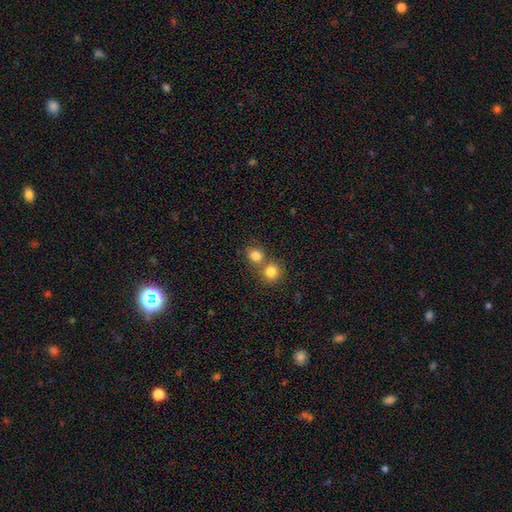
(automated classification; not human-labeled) This appears to be a smooth galaxy with no disk features (81%) that is round (81%). Merging: none (49%).